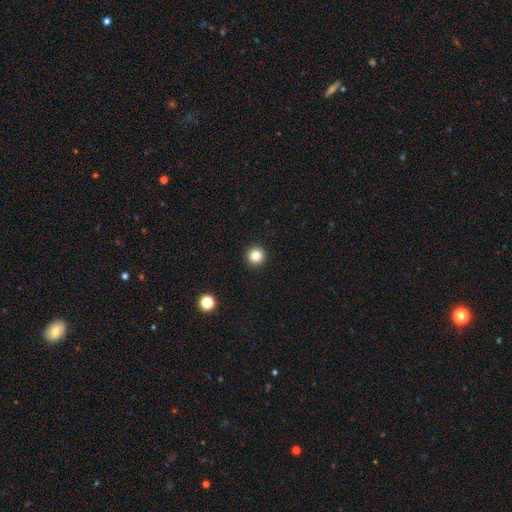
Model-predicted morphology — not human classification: Smooth or featured?
  - smooth: 83% *
  - star or artifact: 11%
  - featured or disk: 5%
How rounded?
  - round: 96% *
  - in between: 3%
  - cigar-shaped: 1%
Merging?
  - none: 94% *
  - minor disturbance: 4%
  - major disturbance: 1%
  - merger: 1%